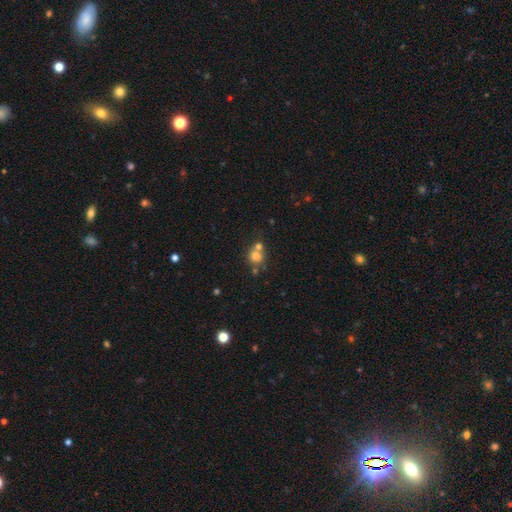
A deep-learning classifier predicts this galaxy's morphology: A smooth galaxy with no disk features (73%) that is round (83%).

Vote fractions:
- Smooth or featured? smooth: 73% / star or artifact: 14% / featured or disk: 14%
- How rounded? round: 83% / in between: 16% / cigar-shaped: 1%
- Merging? none: 45% / merger: 44% / minor disturbance: 8% / major disturbance: 3%